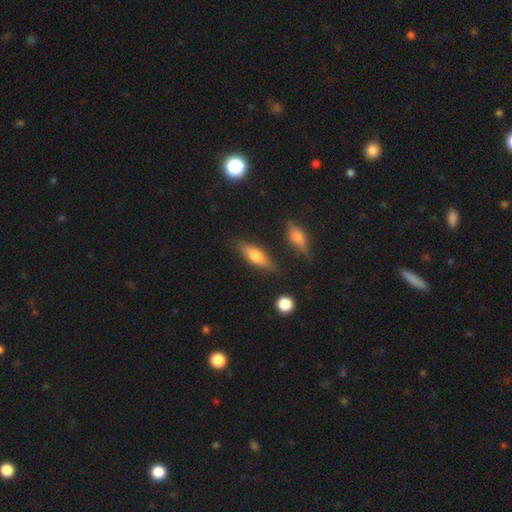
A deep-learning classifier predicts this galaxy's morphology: A smooth galaxy with no disk features (62%) that is in between round and cigar-shaped (56%).

Vote fractions:
- Smooth or featured? smooth: 62% / featured or disk: 31% / star or artifact: 7%
- How rounded? in between: 56% / cigar-shaped: 41% / round: 3%
- Merging? none: 80% / minor disturbance: 13% / merger: 4% / major disturbance: 3%